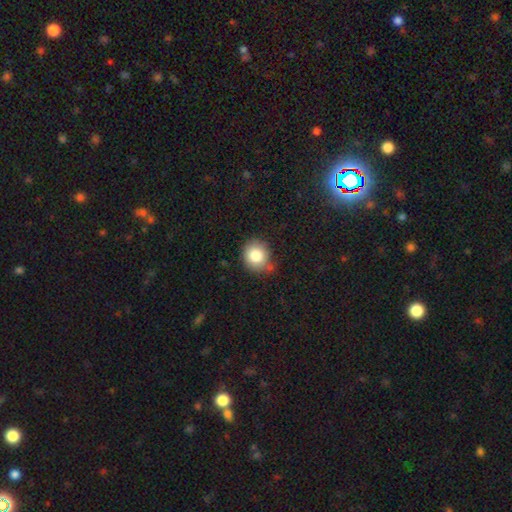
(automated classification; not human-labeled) smooth_or_featured: smooth (p=0.83) [alt: star or artifact p=0.10]
how_rounded: round (p=0.85) [alt: in between p=0.14]
merging: none (p=0.70) [alt: minor disturbance p=0.21]